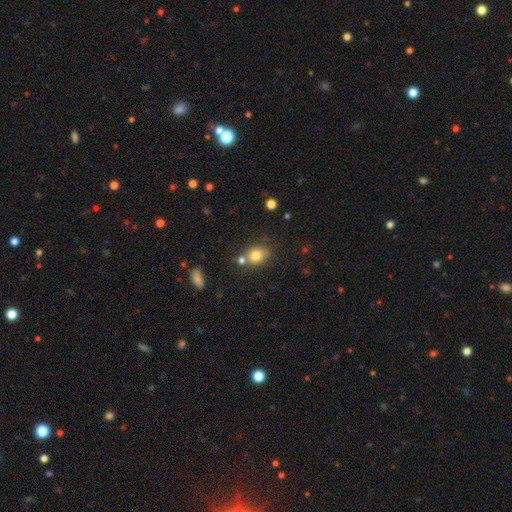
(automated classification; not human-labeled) Smooth or featured? Predicted: smooth (p=0.78). How rounded? Predicted: round (p=0.55). Merging? Predicted: none (p=0.59).